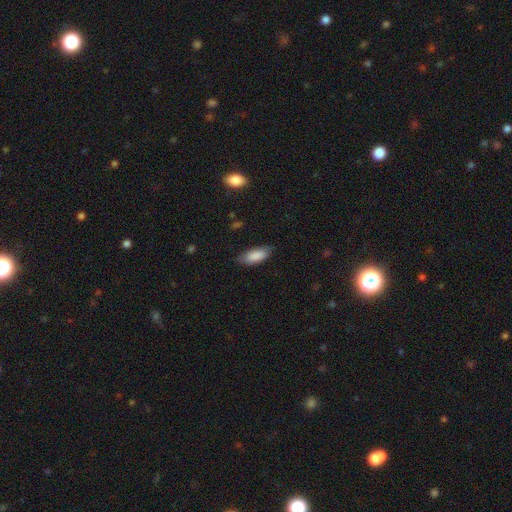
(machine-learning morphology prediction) Smooth or featured? smooth (86%)
How rounded? in between (83%)
Merging? none (76%)